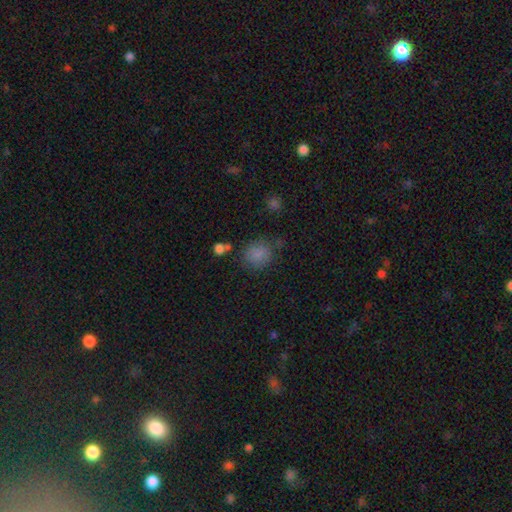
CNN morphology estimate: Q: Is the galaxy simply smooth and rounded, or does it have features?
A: smooth — 82%.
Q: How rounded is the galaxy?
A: round — 72%.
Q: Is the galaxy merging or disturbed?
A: none — 73%.